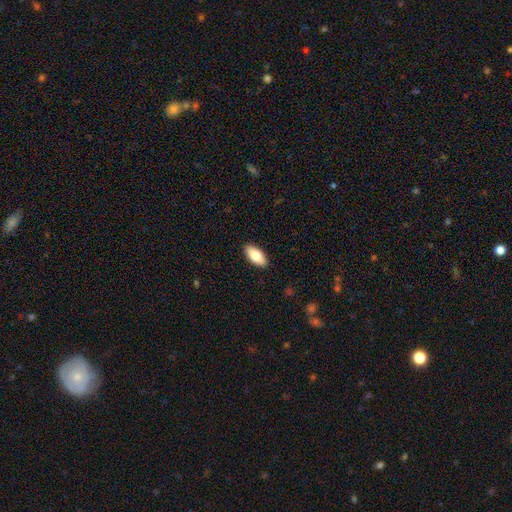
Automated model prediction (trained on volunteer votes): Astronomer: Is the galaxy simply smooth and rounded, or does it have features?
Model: smooth — 79%.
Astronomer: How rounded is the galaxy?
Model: in between — 89%.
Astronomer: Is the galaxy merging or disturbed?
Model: none — 90%.